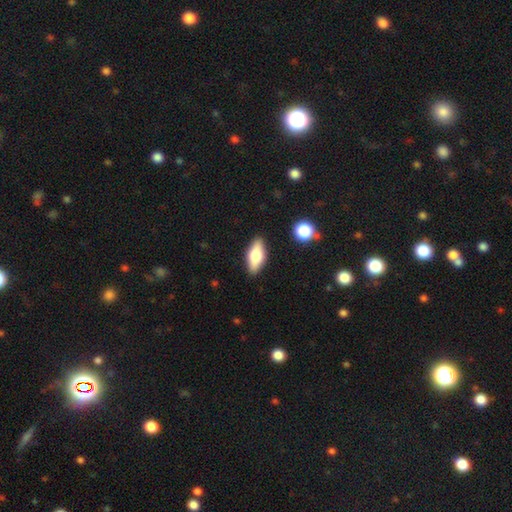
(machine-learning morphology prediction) smooth_or_featured: smooth (p=0.67) [alt: featured or disk p=0.26]
how_rounded: in between (p=0.80) [alt: cigar-shaped p=0.16]
merging: none (p=0.87) [alt: minor disturbance p=0.09]